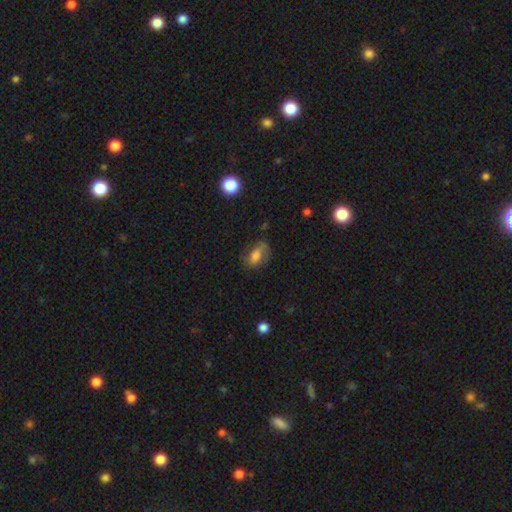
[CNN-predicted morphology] smooth_or_featured: smooth (p=0.52) [alt: featured or disk p=0.37]
how_rounded: in between (p=0.80) [alt: round p=0.16]
merging: none (p=0.56) [alt: minor disturbance p=0.26]